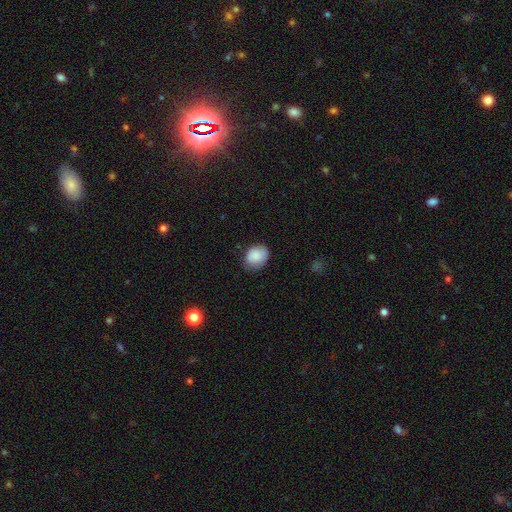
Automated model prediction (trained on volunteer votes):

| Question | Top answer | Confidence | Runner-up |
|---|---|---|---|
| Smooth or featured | smooth | 86% | star or artifact (7%) |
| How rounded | in between | 50% | round (49%) |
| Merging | none | 71% | minor disturbance (23%) |